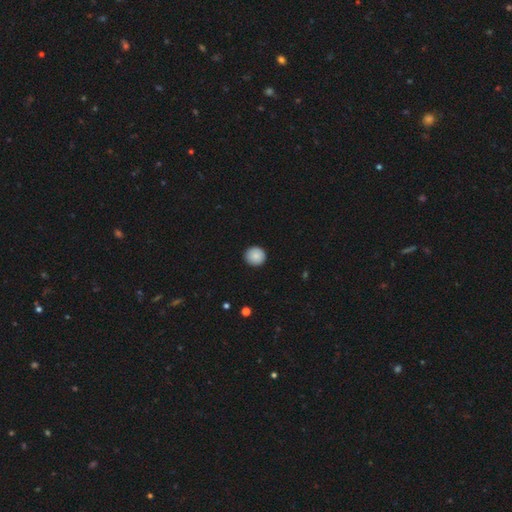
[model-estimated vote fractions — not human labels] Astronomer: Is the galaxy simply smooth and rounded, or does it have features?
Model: smooth — 87%.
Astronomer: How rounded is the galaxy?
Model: round — 93%.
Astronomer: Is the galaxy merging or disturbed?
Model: none — 92%.